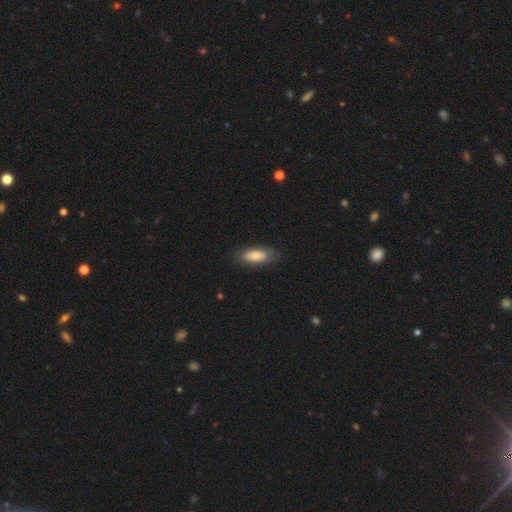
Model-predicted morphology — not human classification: A smooth galaxy with no disk features (82%) that is in between round and cigar-shaped (78%). Merging: none (80%).